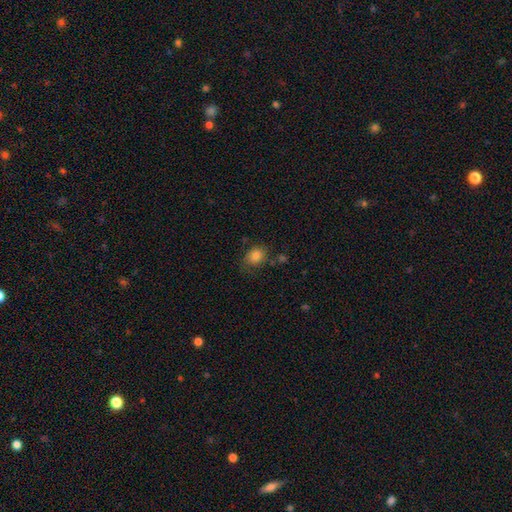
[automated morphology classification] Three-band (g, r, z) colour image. It shows a smooth galaxy with no disk features (81%) that is round (50%). Merging: none (67%).